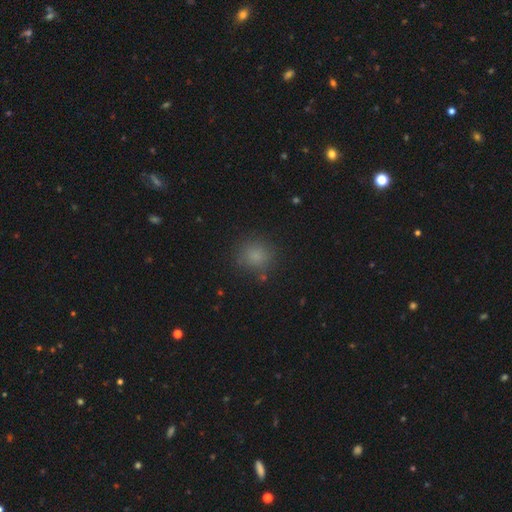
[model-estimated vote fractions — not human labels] Q: Smooth or featured?
A: smooth (80%); runner-up: star or artifact (15%)
Q: How rounded?
A: round (89%); runner-up: in between (10%)
Q: Merging?
A: none (85%); runner-up: minor disturbance (9%)